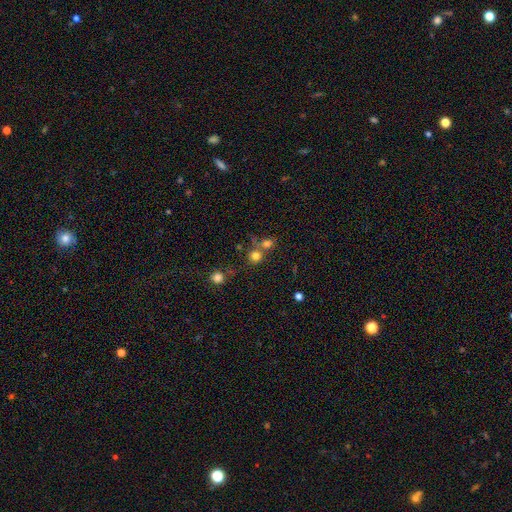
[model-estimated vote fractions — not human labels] smooth-or-featured: smooth: 74% | star or artifact: 17% | featured or disk: 9%
  how-rounded: round: 86% | in between: 13% | cigar-shaped: 1%
  merging: none: 54% | merger: 34% | minor disturbance: 8% | major disturbance: 4%